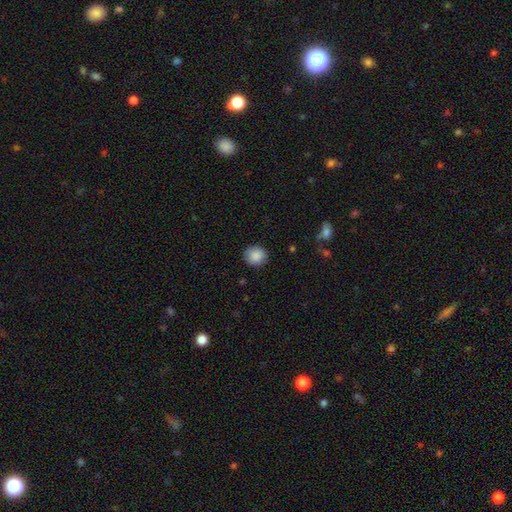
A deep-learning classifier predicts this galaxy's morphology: This is clearly a smooth galaxy (89%). How rounded: clearly round (84%). Merging: clearly none (88%).